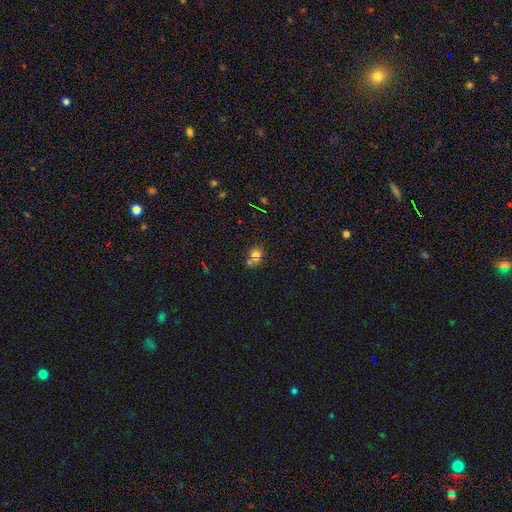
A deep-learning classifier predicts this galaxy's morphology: This appears to be a smooth galaxy with no disk features (73%) that is round (52%). Merging: none (50%).